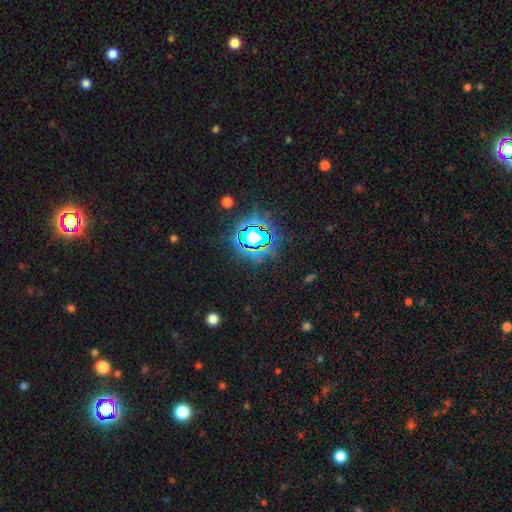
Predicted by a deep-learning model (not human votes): This is clearly a star or artifact rather than a galaxy (83%).